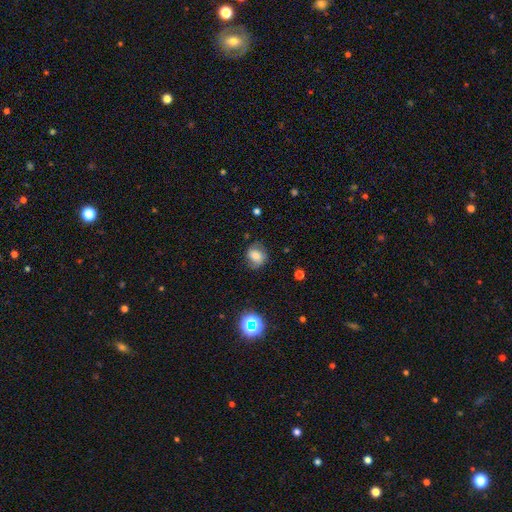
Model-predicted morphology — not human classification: type=smooth (56%); roundness=round (63%); merging=none (71%).